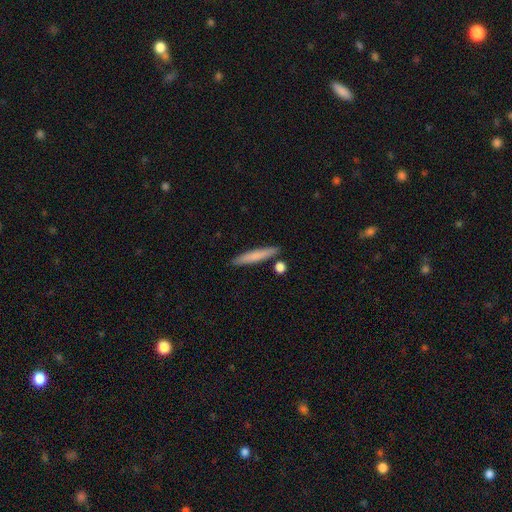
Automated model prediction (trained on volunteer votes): A smooth galaxy with no disk features (73%) that is cigar-shaped (93%). Merging: none (84%).